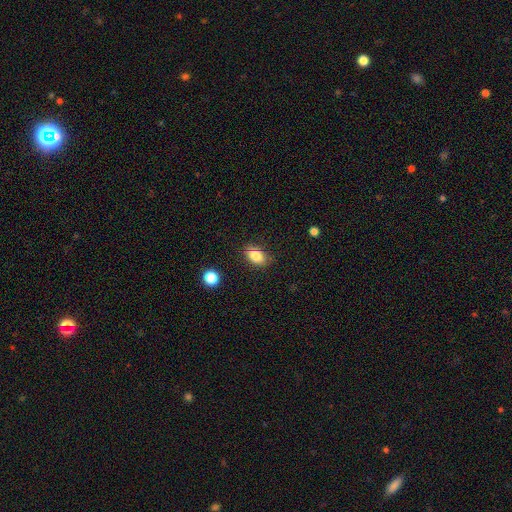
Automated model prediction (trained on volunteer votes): smooth_or_featured: smooth (p=0.83) [alt: star or artifact p=0.09]
how_rounded: in between (p=0.84) [alt: round p=0.14]
merging: none (p=0.82) [alt: minor disturbance p=0.13]